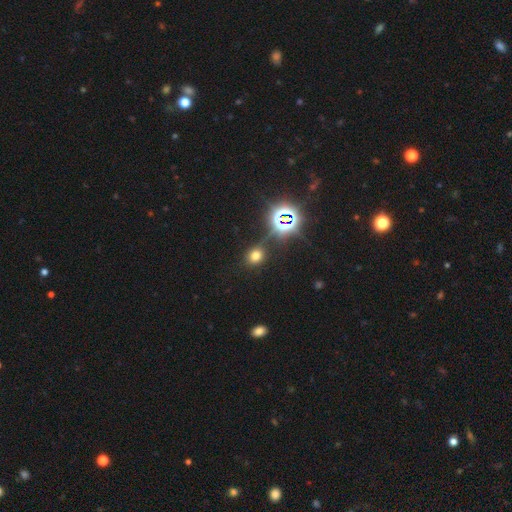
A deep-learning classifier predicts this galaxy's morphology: The model was most divided on "smooth or featured": smooth: 62%, star or artifact: 30%, featured or disk: 8%. More confident: merging — none (77%); how rounded — round (66%).